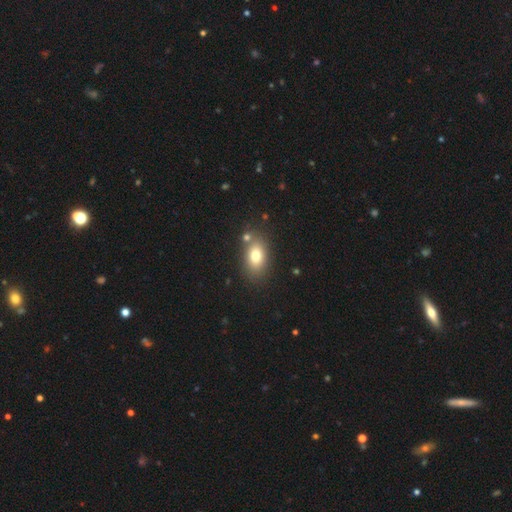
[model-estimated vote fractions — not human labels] Smooth or featured? smooth (77%)
How rounded? in between (83%)
Merging? none (75%)